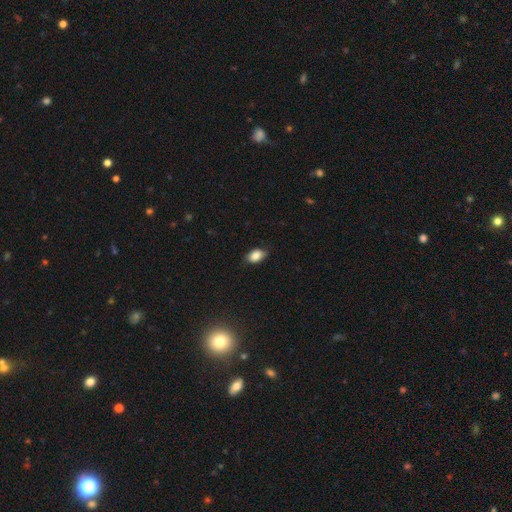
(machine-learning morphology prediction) Smooth or featured? smooth (84%)
How rounded? in between (88%)
Merging? none (79%)